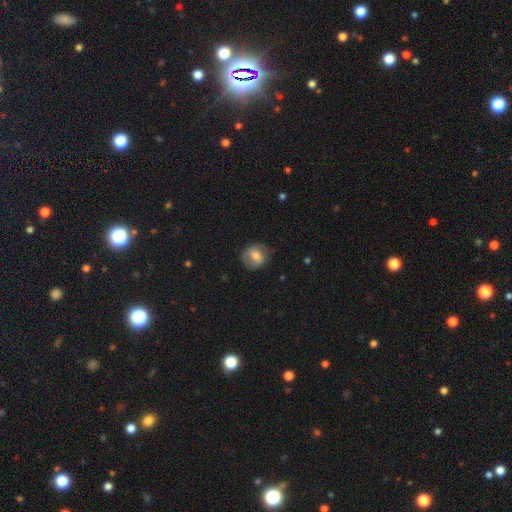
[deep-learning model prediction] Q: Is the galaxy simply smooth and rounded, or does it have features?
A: smooth — 58%.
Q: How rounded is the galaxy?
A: round — 67%.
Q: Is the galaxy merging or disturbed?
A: none — 66%.